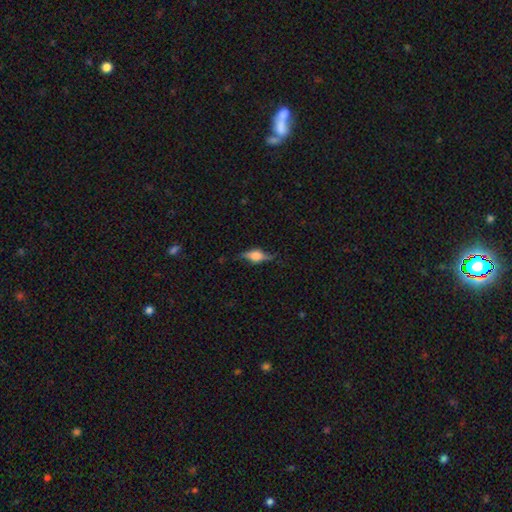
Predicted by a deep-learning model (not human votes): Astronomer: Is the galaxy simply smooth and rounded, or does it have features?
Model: featured or disk — 67%.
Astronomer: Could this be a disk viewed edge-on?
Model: yes — 93%.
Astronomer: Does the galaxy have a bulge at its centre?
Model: rounded — 90%.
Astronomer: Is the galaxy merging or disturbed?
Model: none — 79%.